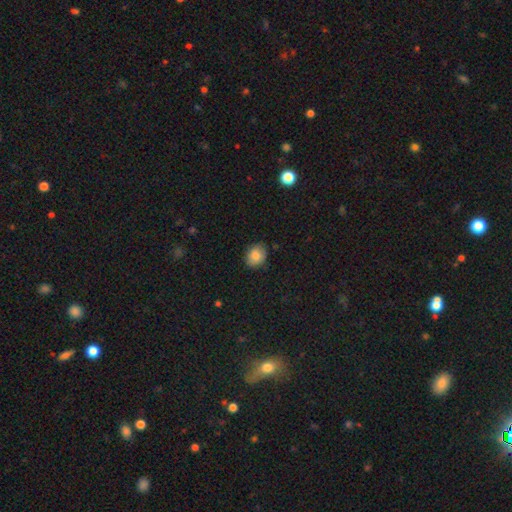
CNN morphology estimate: This is clearly a smooth galaxy (86%). How rounded: possibly in between (52%). Merging: clearly none (82%).